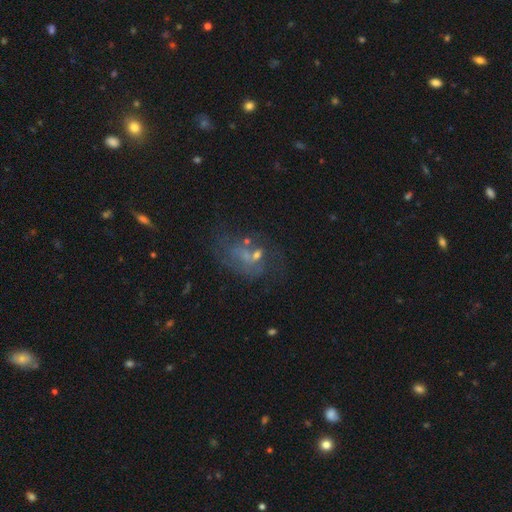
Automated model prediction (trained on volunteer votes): Smooth or featured? featured or disk (53%)
Edge-on disk? no (97%)
Bar? no (76%)
Spiral arms? no (61%)
Bulge size? small (44%)
Merging? none (36%)